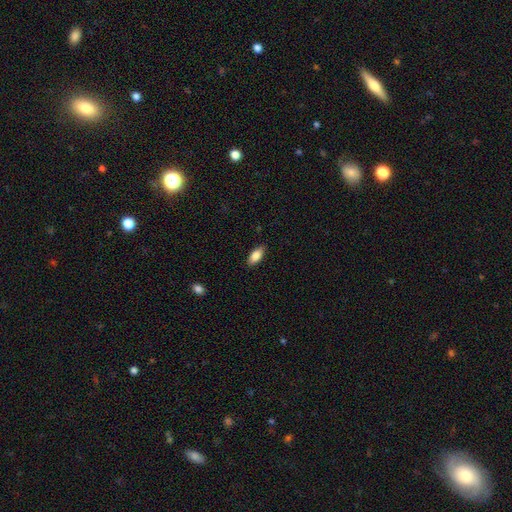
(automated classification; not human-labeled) The model was most divided on "smooth or featured": smooth: 84%, featured or disk: 9%, star or artifact: 7%. More confident: merging — none (88%); how rounded — in between (86%).